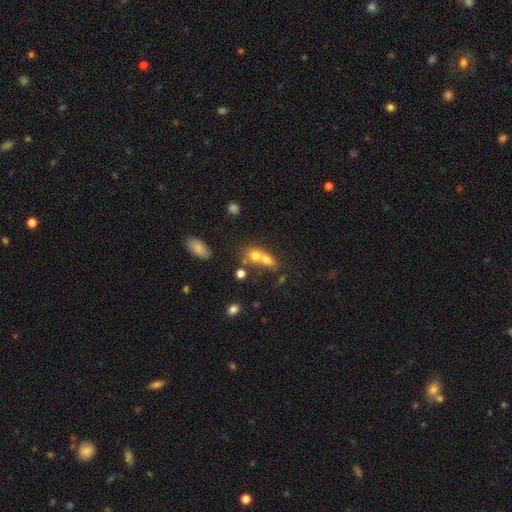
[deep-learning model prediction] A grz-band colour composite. It shows a smooth galaxy with no disk features (68%) that is round (52%). Merging: merger (64%).